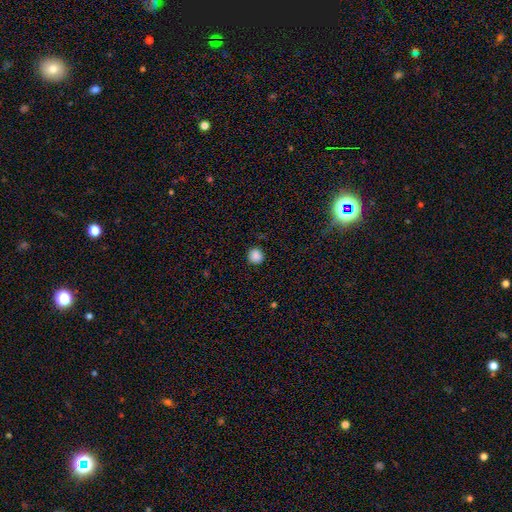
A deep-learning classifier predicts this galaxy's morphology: Smooth or featured? Predicted: smooth (p=0.87). How rounded? Predicted: round (p=0.92). Merging? Predicted: none (p=0.90).